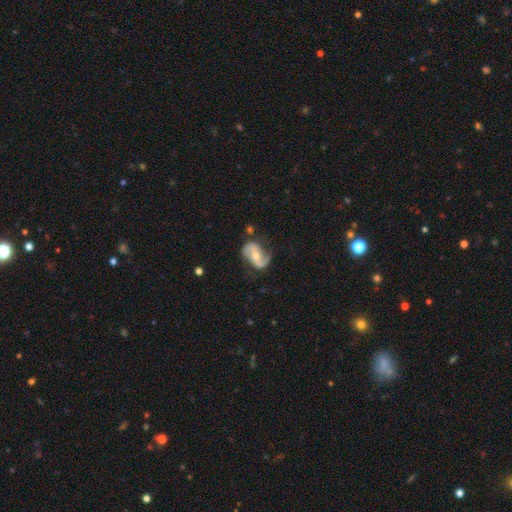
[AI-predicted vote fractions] This appears to be a featured or disk galaxy (86%) with a weak bar (37%), 2 (89%) loose (45%) spiral arms (96%) and a moderate central bulge (63%). Merging: none (69%).